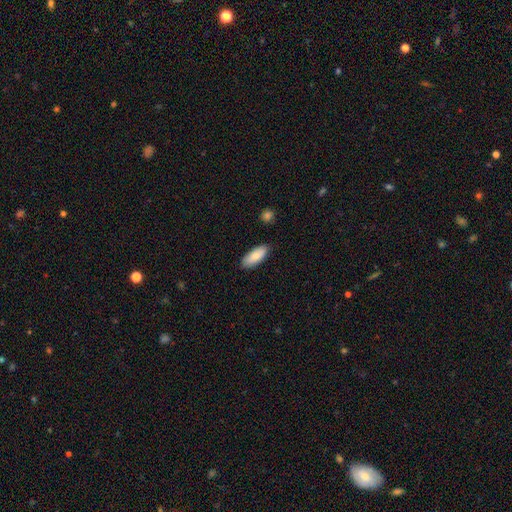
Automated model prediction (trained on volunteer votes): Smooth or featured?
  - smooth: 81% *
  - featured or disk: 13%
  - star or artifact: 6%
How rounded?
  - in between: 81% *
  - cigar-shaped: 17%
  - round: 2%
Merging?
  - none: 86% *
  - minor disturbance: 11%
  - major disturbance: 2%
  - merger: 1%